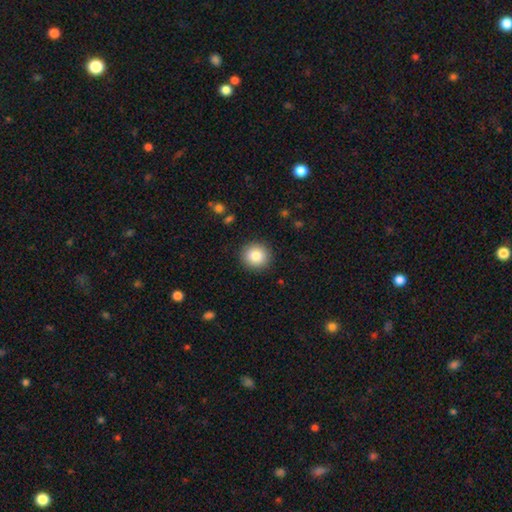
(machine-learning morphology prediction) A smooth galaxy with no disk features (84%) that is round (92%).

Vote fractions:
- Smooth or featured? smooth: 84% / star or artifact: 9% / featured or disk: 7%
- How rounded? round: 92% / in between: 7% / cigar-shaped: 1%
- Merging? none: 91% / minor disturbance: 6% / major disturbance: 2% / merger: 1%